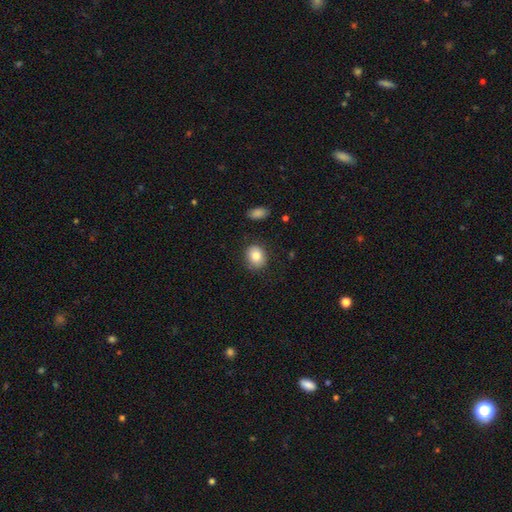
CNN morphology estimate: smooth 83%, featured or disk 9%, star or artifact 8%. Down the decision tree: how rounded — round (61%); merging — none (83%).